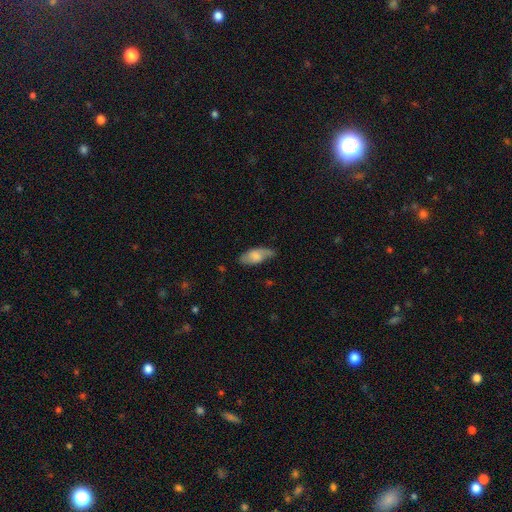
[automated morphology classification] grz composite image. It shows a smooth galaxy with no disk features (64%) that is in between round and cigar-shaped (86%). Merging: none (65%).